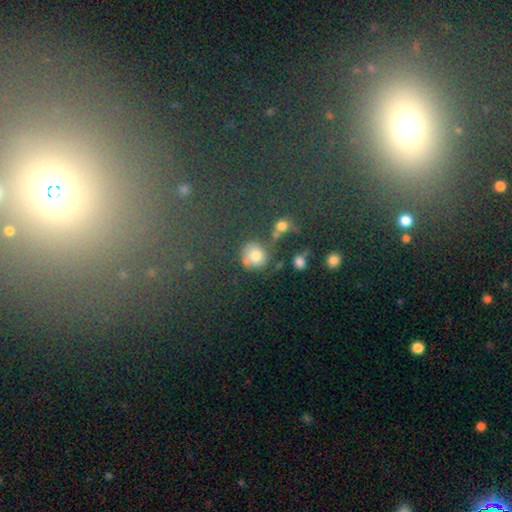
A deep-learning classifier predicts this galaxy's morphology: smooth 74%, star or artifact 13%, featured or disk 12%. Down the decision tree: how rounded — round (80%); merging — none (51%).